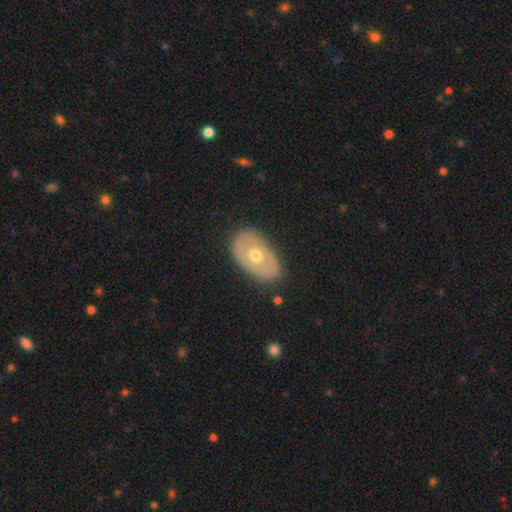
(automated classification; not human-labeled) A featured or disk galaxy (52%).

Vote fractions:
- Smooth or featured? featured or disk: 52% / smooth: 43% / star or artifact: 5%
- Edge-on disk? no: 89% / yes: 11%
- Merging? none: 82% / minor disturbance: 13% / major disturbance: 4% / merger: 1%